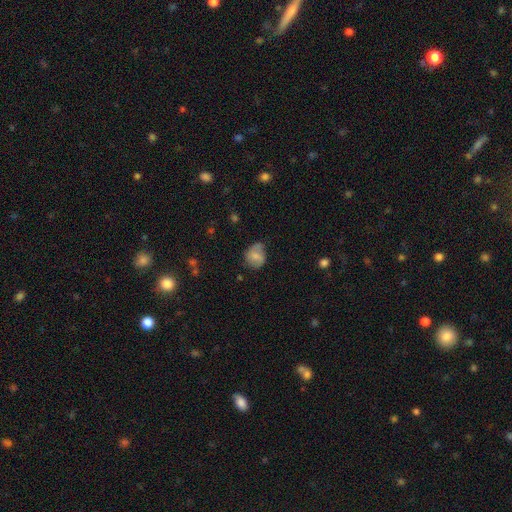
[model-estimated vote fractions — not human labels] Smooth or featured? smooth (62%)
How rounded? round (61%)
Merging? none (53%)